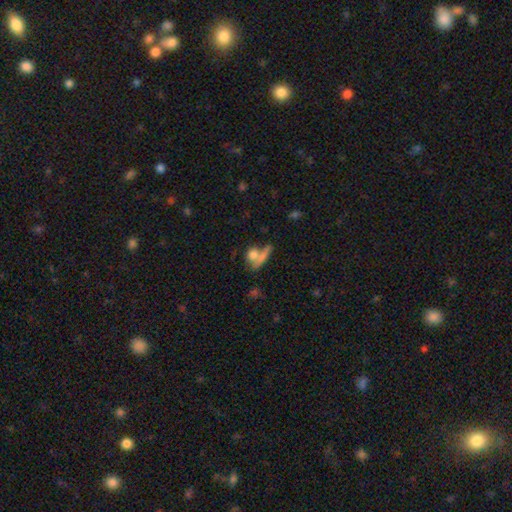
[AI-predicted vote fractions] Smooth or featured? Predicted: smooth (p=0.72). How rounded? Predicted: in between (p=0.41). Merging? Predicted: merger (p=0.41).